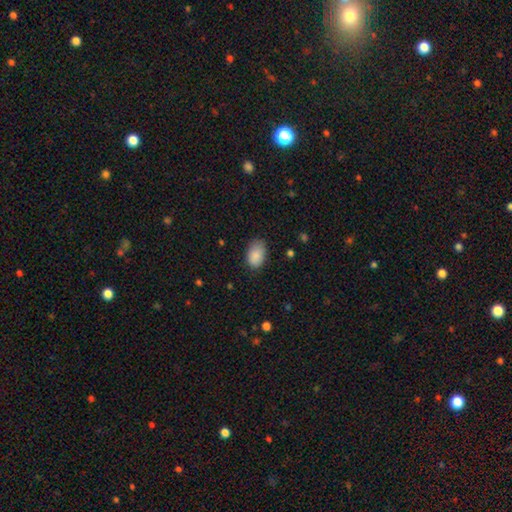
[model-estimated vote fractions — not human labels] A smooth galaxy with no disk features (88%) that is in between round and cigar-shaped (89%).

Vote fractions:
- Smooth or featured? smooth: 88% / star or artifact: 7% / featured or disk: 5%
- How rounded? in between: 89% / round: 10% / cigar-shaped: 1%
- Merging? none: 74% / minor disturbance: 21% / major disturbance: 4% / merger: 1%